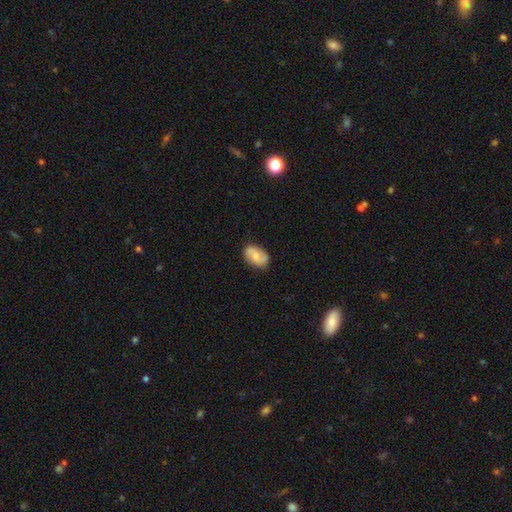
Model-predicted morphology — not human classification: smooth-or-featured: smooth: 60% | featured or disk: 33% | star or artifact: 7%
  how-rounded: in between: 89% | round: 10% | cigar-shaped: 2%
  merging: none: 80% | minor disturbance: 15% | major disturbance: 3% | merger: 1%